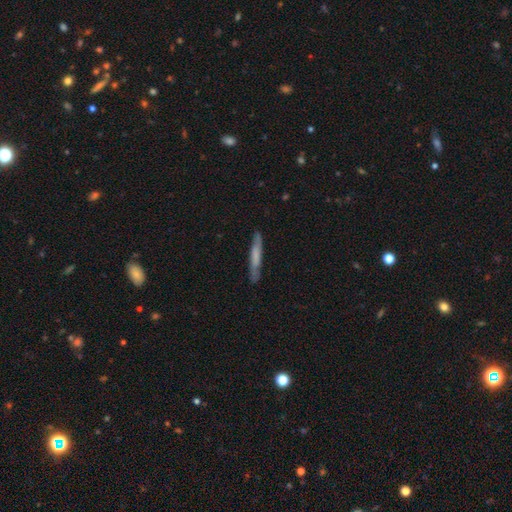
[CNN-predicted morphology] Smooth or featured: smooth — 55% (featured or disk — 39%)
How rounded: cigar-shaped — 94% (in between — 4%)
Merging: none — 84% (minor disturbance — 13%)